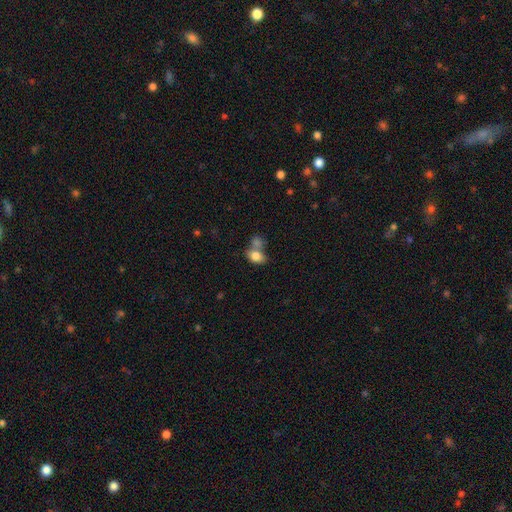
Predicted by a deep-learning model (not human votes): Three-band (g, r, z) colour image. It shows a smooth galaxy with no disk features (81%) that is in between round and cigar-shaped (72%). Merging: merger (49%).